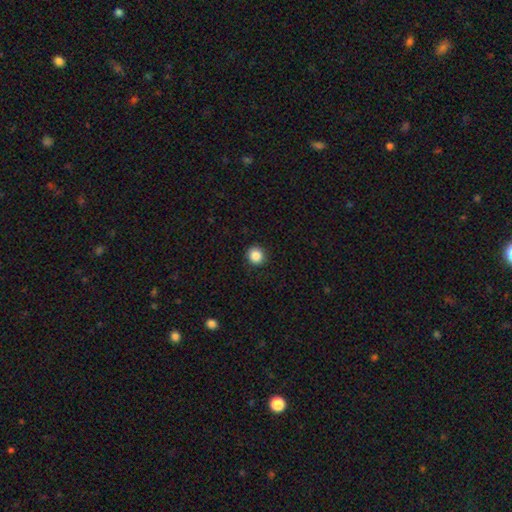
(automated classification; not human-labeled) A smooth galaxy with no disk features (87%) that is round (92%).

Vote fractions:
- Smooth or featured? smooth: 87% / star or artifact: 10% / featured or disk: 3%
- How rounded? round: 92% / in between: 7% / cigar-shaped: 1%
- Merging? none: 92% / minor disturbance: 6% / major disturbance: 2% / merger: 1%